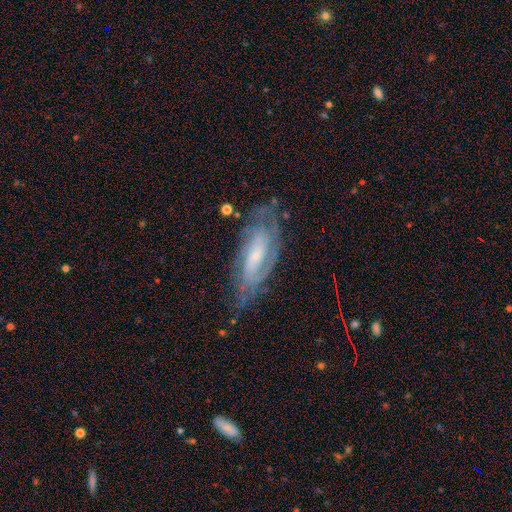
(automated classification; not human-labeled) Smooth or featured? Predicted: featured or disk (p=0.80). Edge-on disk? Predicted: no (p=0.89). Bar? Predicted: no (p=0.54). Spiral arms? Predicted: yes (p=0.92). Spiral winding? Predicted: tight (p=0.59). Spiral arm count? Predicted: can't tell (p=0.42). Bulge size? Predicted: small (p=0.63). Merging? Predicted: none (p=0.70).